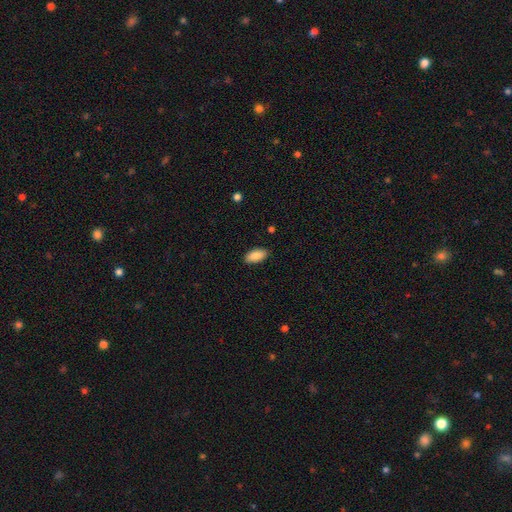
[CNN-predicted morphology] type=smooth (88%); roundness=in between (92%); merging=none (88%).